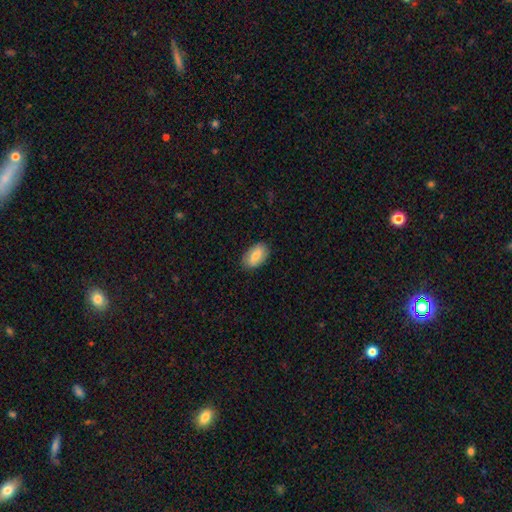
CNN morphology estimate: smooth-or-featured: smooth: 76% | featured or disk: 17% | star or artifact: 6%
  how-rounded: in between: 93% | round: 5% | cigar-shaped: 2%
  merging: none: 85% | minor disturbance: 11% | major disturbance: 2% | merger: 1%